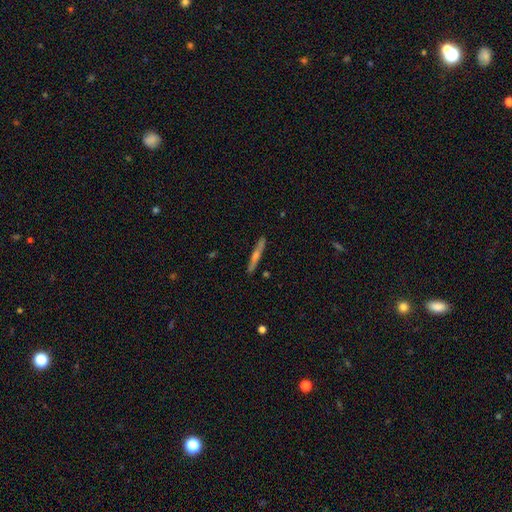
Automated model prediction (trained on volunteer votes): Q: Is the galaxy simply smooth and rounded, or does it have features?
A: featured or disk — 61%.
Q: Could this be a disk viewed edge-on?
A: yes — 97%.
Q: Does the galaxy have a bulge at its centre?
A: rounded — 71%.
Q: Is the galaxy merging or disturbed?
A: none — 90%.